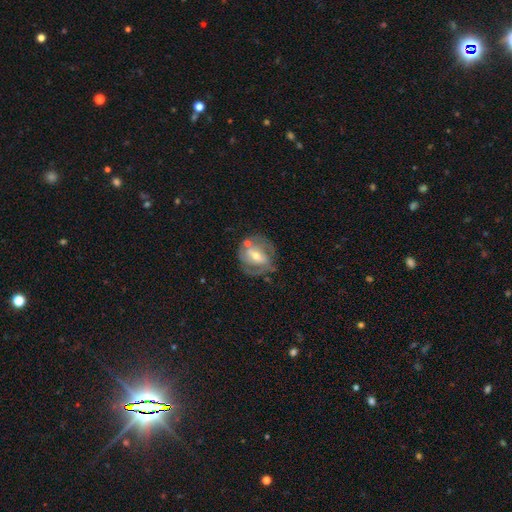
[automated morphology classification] smooth_or_featured: featured or disk (p=0.69) [alt: smooth p=0.24]
disk_edge_on: no (p=0.95) [alt: yes p=0.05]
bar: weak (p=0.44) [alt: strong p=0.32]
has_spiral_arms: yes (p=0.68) [alt: no p=0.32]
bulge_size: moderate (p=0.59) [alt: small p=0.34]
merging: none (p=0.53) [alt: minor disturbance p=0.22]